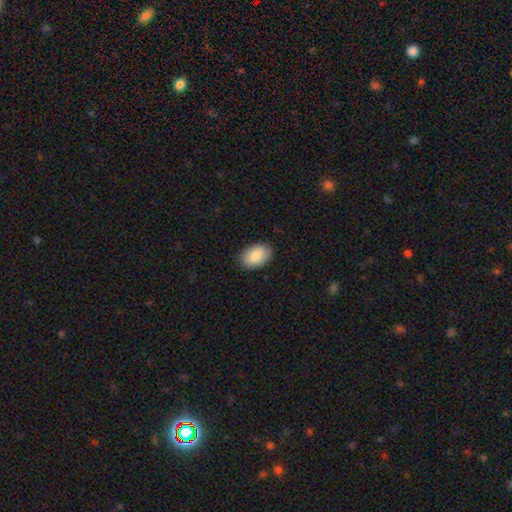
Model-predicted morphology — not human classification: The model was most divided on "merging": none: 88%, minor disturbance: 10%, major disturbance: 2%, merger: 1%. More confident: how rounded — in between (91%); smooth or featured — smooth (86%).